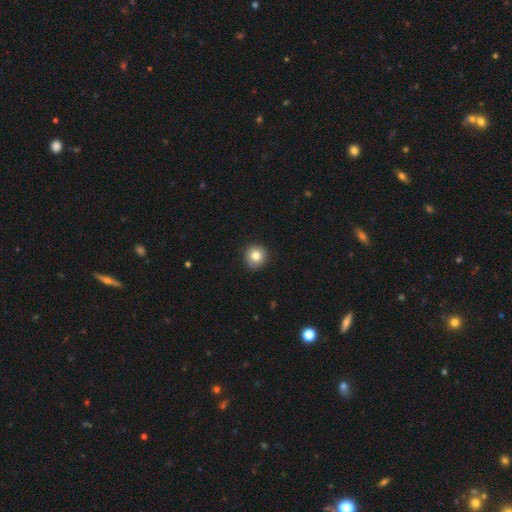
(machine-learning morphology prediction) Smooth or featured? Predicted: smooth (p=0.81). How rounded? Predicted: round (p=0.93). Merging? Predicted: none (p=0.89).